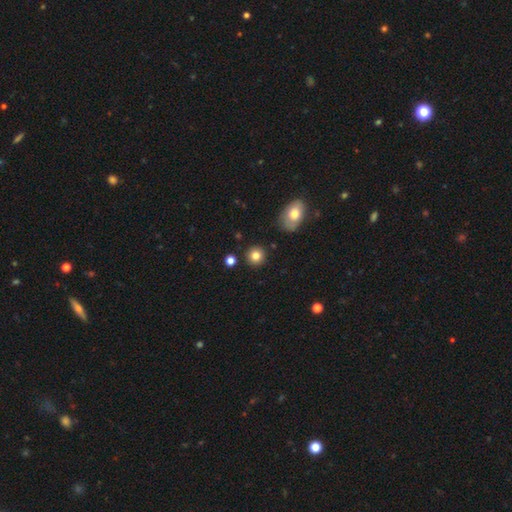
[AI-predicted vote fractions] smooth-or-featured: smooth: 83% | star or artifact: 10% | featured or disk: 6%
  how-rounded: round: 91% | in between: 8% | cigar-shaped: 1%
  merging: none: 89% | minor disturbance: 6% | merger: 3% | major disturbance: 2%